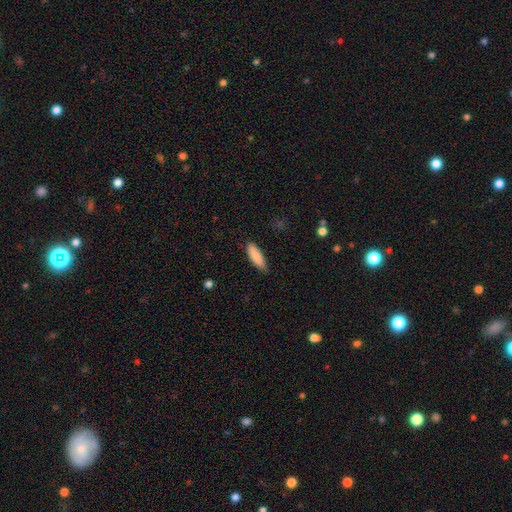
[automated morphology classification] type=smooth (86%); roundness=cigar-shaped (55%); merging=none (85%).